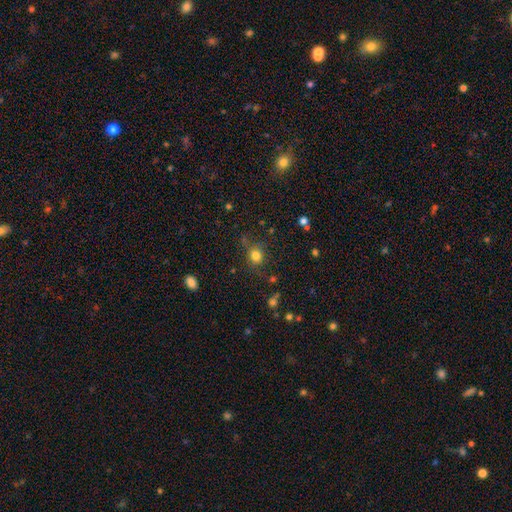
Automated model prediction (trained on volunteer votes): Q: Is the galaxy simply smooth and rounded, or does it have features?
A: smooth — 79%.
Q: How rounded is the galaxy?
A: round — 85%.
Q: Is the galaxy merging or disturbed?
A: none — 78%.